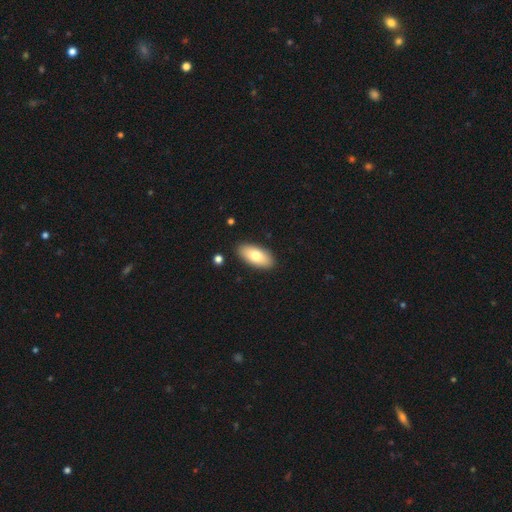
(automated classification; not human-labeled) The model was most divided on "smooth or featured": smooth: 76%, featured or disk: 18%, star or artifact: 6%. More confident: how rounded — in between (90%); merging — none (89%).